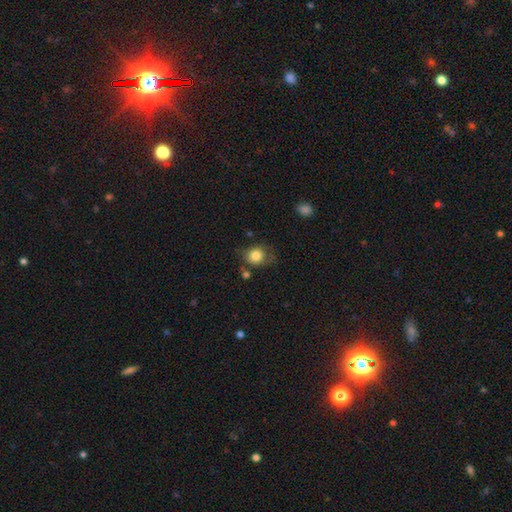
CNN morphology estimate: This appears to be a smooth galaxy with no disk features (82%) that is round (70%). Merging: none (62%).